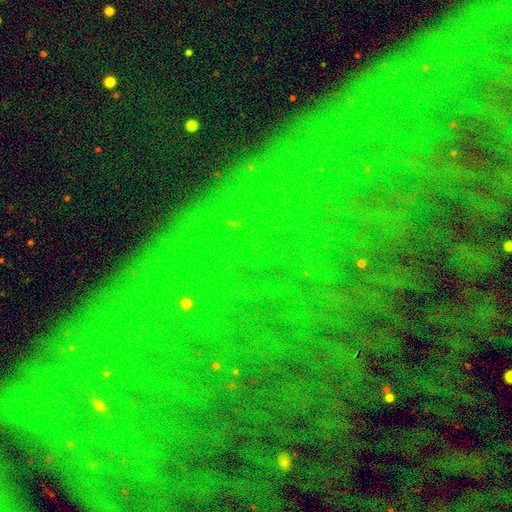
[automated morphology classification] smooth_or_featured: star or artifact (p=0.83) [alt: featured or disk p=0.09]